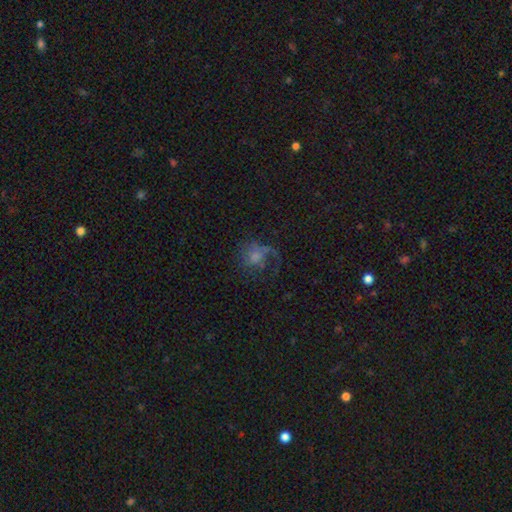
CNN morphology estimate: Smooth or featured: smooth — 45% (featured or disk — 40%)
Merging: major disturbance — 46% (none — 34%)